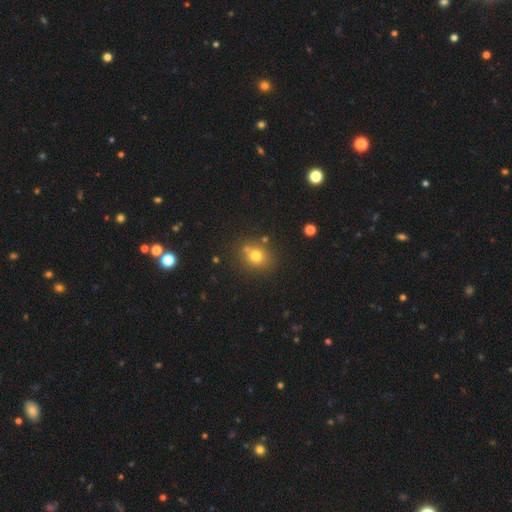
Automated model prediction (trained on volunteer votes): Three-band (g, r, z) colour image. It shows a smooth galaxy with no disk features (74%) that is round (72%). Merging: none (76%).